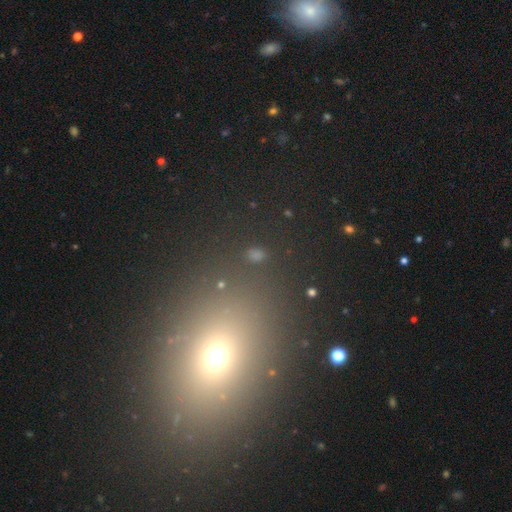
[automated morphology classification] type=smooth (62%); roundness=in between (68%); merging=none (78%).